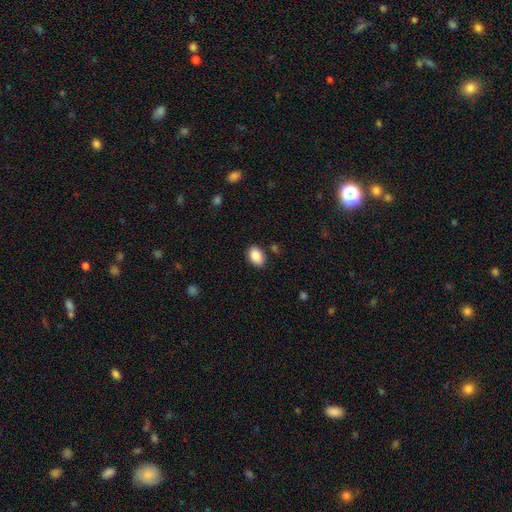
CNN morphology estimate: Smooth or featured?
  - smooth: 88% *
  - star or artifact: 7%
  - featured or disk: 4%
How rounded?
  - in between: 85% *
  - round: 14%
  - cigar-shaped: 1%
Merging?
  - none: 84% *
  - minor disturbance: 11%
  - major disturbance: 3%
  - merger: 2%